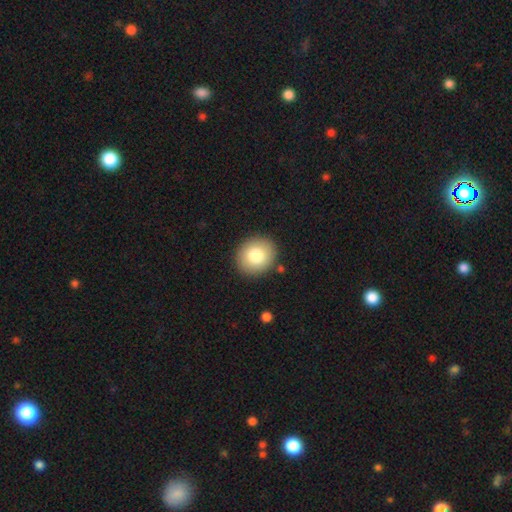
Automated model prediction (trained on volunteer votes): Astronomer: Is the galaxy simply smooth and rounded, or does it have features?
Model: smooth — 80%.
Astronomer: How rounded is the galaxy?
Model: round — 77%.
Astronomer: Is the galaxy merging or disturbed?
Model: none — 89%.